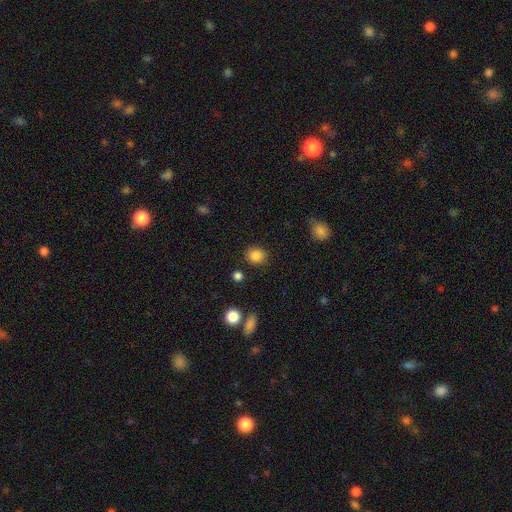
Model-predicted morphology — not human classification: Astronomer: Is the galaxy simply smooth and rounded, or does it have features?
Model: smooth — 86%.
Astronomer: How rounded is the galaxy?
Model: round — 76%.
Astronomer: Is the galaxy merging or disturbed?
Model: none — 86%.